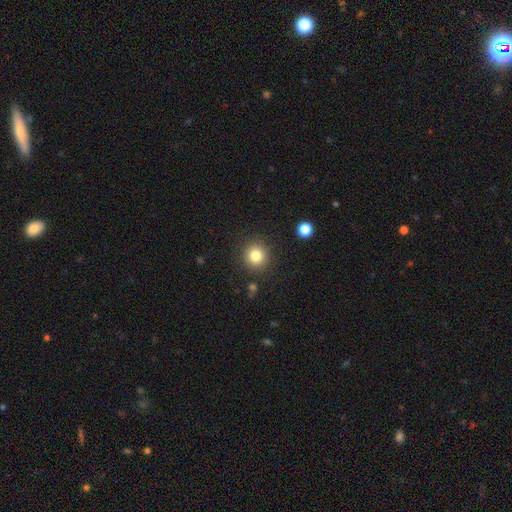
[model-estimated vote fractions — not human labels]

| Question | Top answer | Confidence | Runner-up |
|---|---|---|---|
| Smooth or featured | smooth | 82% | star or artifact (11%) |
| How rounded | round | 92% | in between (7%) |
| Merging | none | 88% | minor disturbance (7%) |